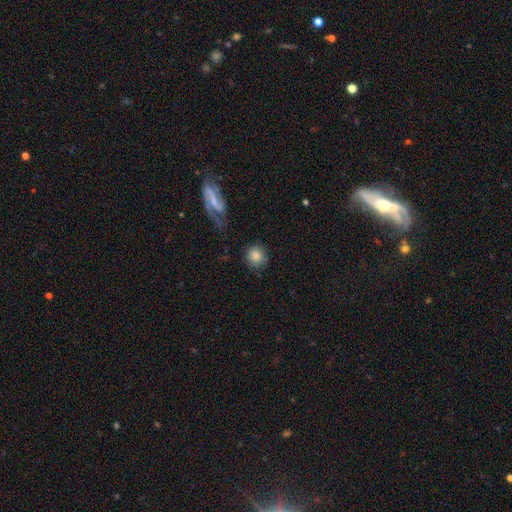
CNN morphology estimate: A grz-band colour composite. It shows a smooth galaxy with no disk features (81%) that is round (89%). Merging: none (80%).